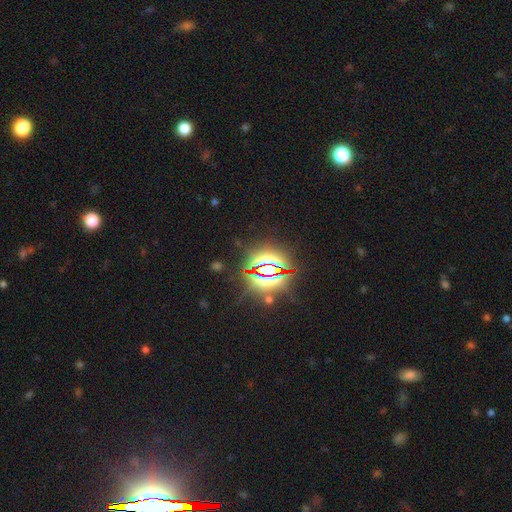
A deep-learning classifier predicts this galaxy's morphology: Overall: star or artifact (83%).